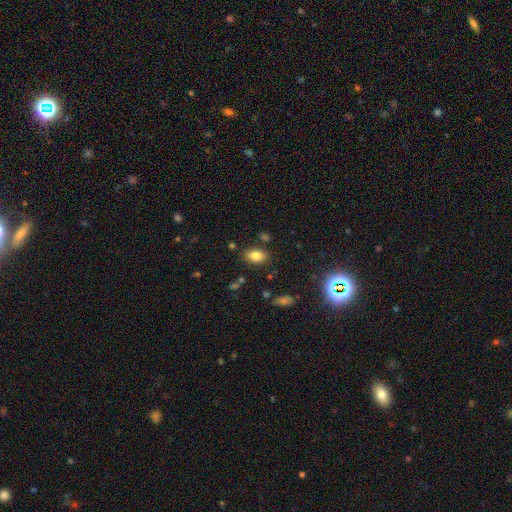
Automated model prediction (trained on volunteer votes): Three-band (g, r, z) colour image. It shows a smooth galaxy with no disk features (81%) that is in between round and cigar-shaped (87%). Merging: none (82%).